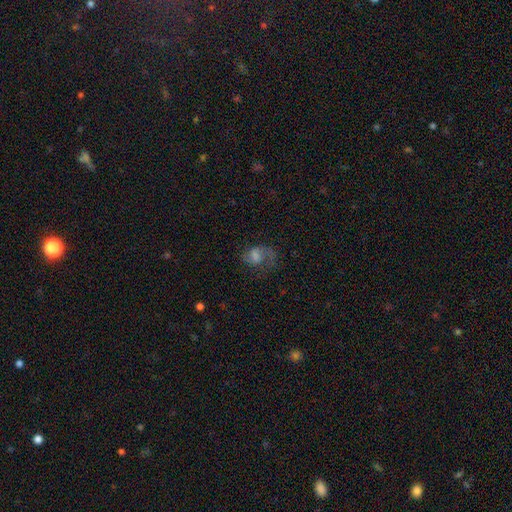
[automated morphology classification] This appears to be a featured or disk galaxy (53%) with no bar (48%), spiral arms (83%) and no central bulge (31%). Merging: none (45%).